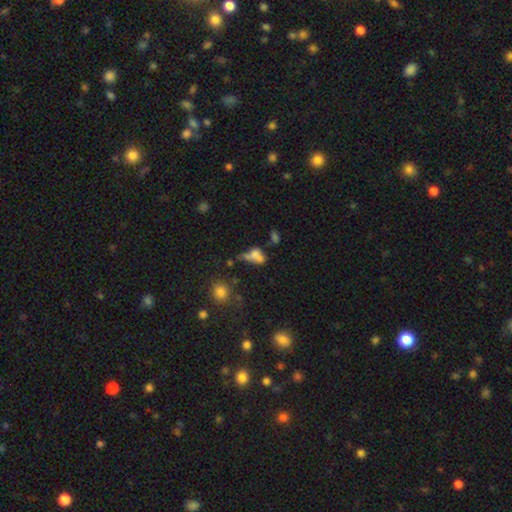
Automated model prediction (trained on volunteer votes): This appears to be a smooth galaxy with no disk features (57%) that is in between round and cigar-shaped (66%). Merging: merger (44%).